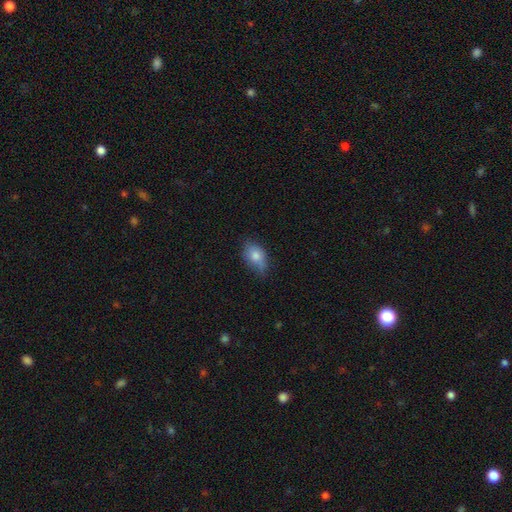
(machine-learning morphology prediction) smooth 78%, featured or disk 14%, star or artifact 8%. Down the decision tree: how rounded — in between (85%); merging — none (57%).